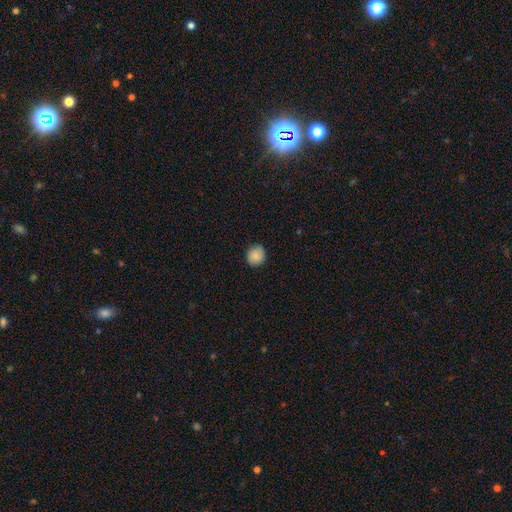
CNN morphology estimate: smooth-or-featured: smooth: 87% | star or artifact: 9% | featured or disk: 4%
  how-rounded: round: 88% | in between: 11% | cigar-shaped: 1%
  merging: none: 88% | minor disturbance: 9% | major disturbance: 2% | merger: 1%